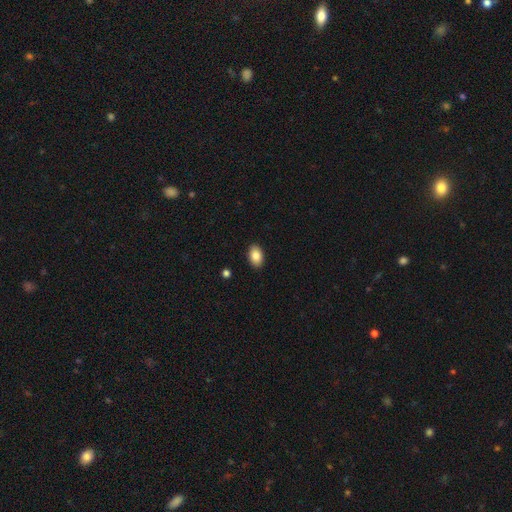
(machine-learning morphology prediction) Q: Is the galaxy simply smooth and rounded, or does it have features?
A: smooth — 87%.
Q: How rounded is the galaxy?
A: in between — 90%.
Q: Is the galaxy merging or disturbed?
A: none — 90%.